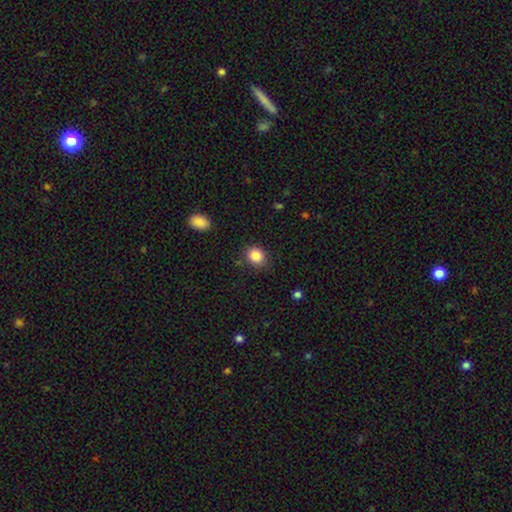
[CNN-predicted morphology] Overall: smooth (85%). How rounded: round (61%; in between 38%). Merging: none (82%).